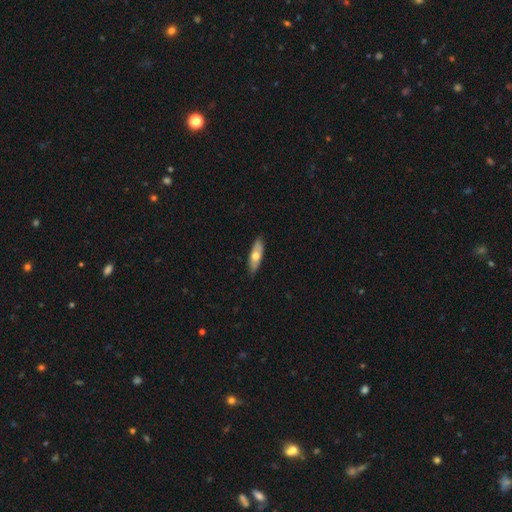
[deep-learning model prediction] smooth 61%, featured or disk 34%, star or artifact 5%. Down the decision tree: how rounded — in between (54%); merging — none (88%).